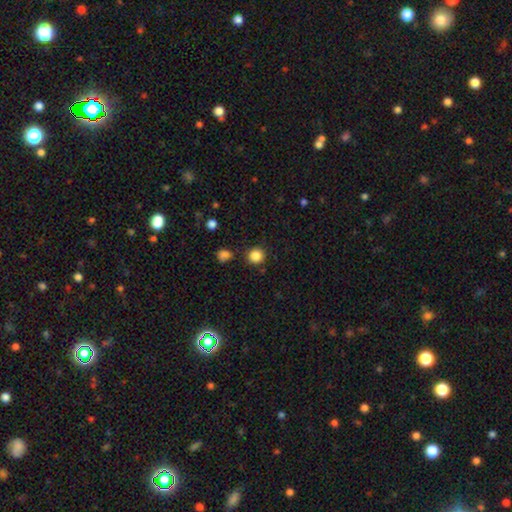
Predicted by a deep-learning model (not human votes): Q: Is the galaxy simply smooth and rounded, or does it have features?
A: smooth — 86%.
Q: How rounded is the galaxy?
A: round — 93%.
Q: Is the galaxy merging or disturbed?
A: none — 86%.